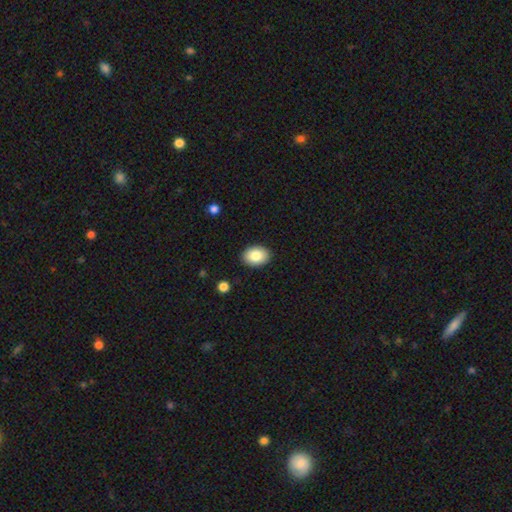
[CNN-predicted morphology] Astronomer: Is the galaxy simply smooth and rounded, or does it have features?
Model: smooth — 84%.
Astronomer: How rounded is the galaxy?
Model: in between — 73%.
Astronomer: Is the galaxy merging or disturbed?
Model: none — 90%.